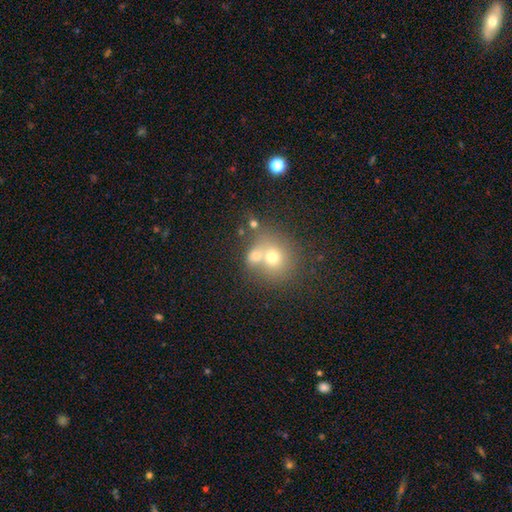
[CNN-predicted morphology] Overall: smooth (67%). How rounded: round (73%). Merging: merger (50%; none 36%).